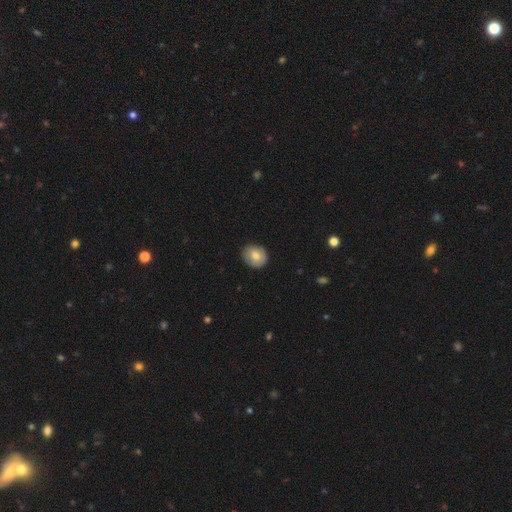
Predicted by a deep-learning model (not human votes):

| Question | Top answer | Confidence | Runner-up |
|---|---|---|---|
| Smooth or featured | smooth | 76% | featured or disk (16%) |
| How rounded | round | 75% | in between (24%) |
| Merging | none | 87% | minor disturbance (10%) |